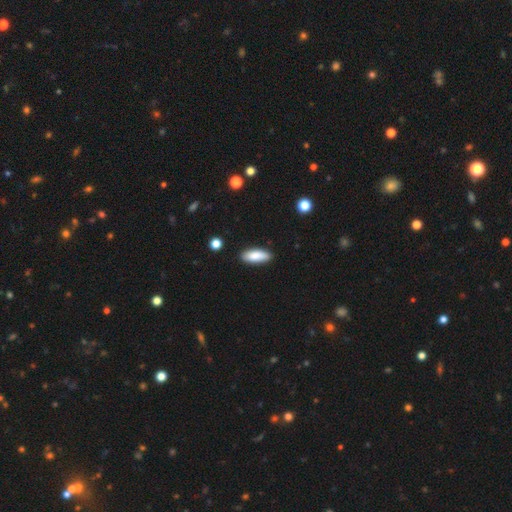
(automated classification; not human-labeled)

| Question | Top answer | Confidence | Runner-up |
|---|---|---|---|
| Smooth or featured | smooth | 86% | featured or disk (8%) |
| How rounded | in between | 70% | cigar-shaped (28%) |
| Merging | none | 87% | minor disturbance (10%) |